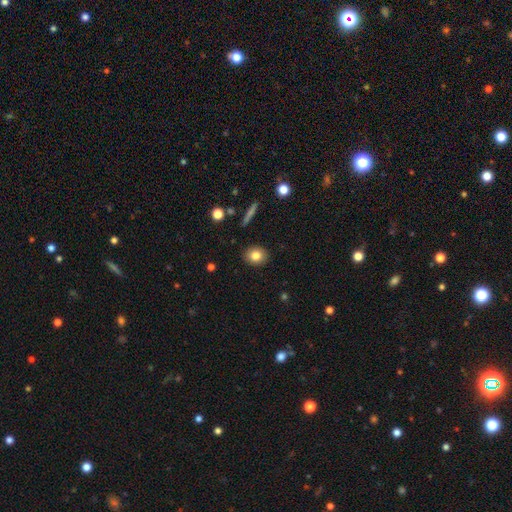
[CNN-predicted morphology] smooth_or_featured: smooth (p=0.81) [alt: featured or disk p=0.10]
how_rounded: round (p=0.59) [alt: in between p=0.40]
merging: none (p=0.90) [alt: minor disturbance p=0.07]